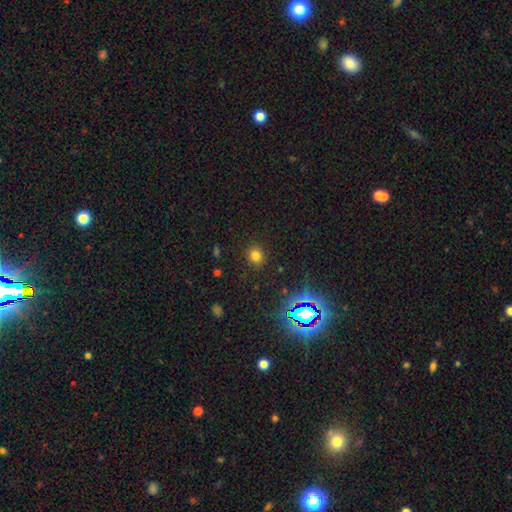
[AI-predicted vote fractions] Smooth or featured? Predicted: smooth (p=0.75). How rounded? Predicted: round (p=0.78). Merging? Predicted: none (p=0.89).